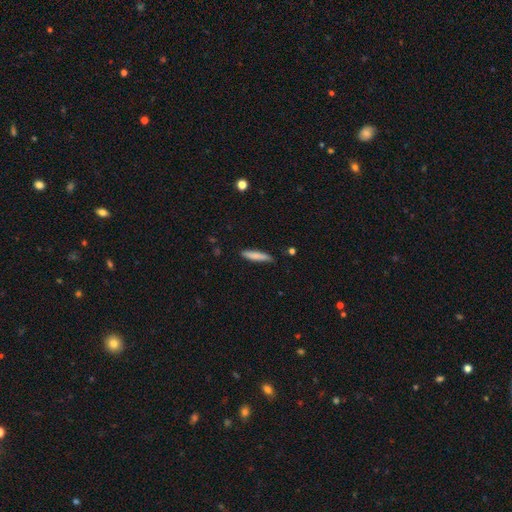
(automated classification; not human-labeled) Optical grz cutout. It shows a smooth galaxy with no disk features (81%) that is cigar-shaped (87%). Merging: none (84%).